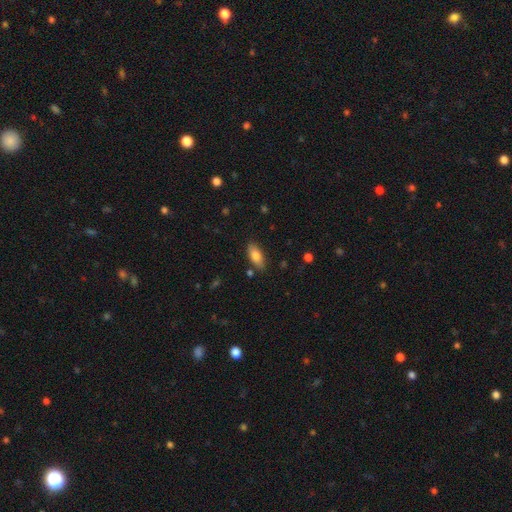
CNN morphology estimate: Smooth or featured? smooth (78%)
How rounded? in between (84%)
Merging? none (83%)